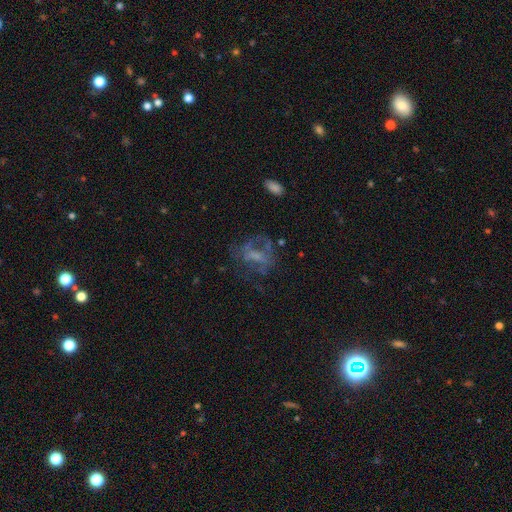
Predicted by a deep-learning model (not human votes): This appears to be a featured or disk galaxy (55%) with no bar (61%), no spiral arms (64%) and no central bulge (39%). Merging: none (45%).